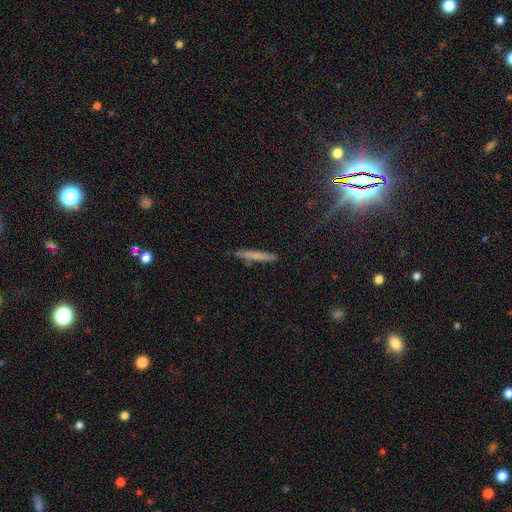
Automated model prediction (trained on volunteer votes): A smooth galaxy with no disk features (66%) that is cigar-shaped (95%). Merging: none (85%).